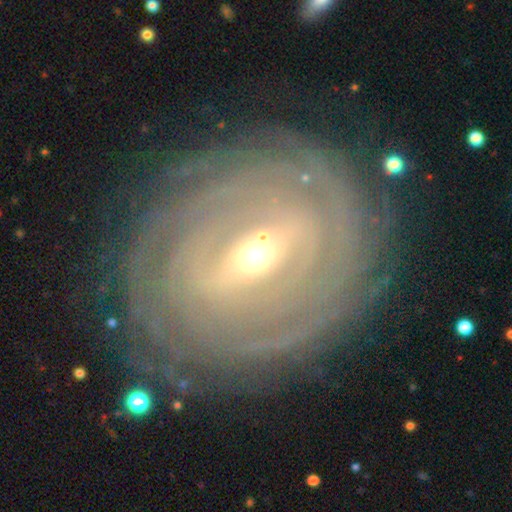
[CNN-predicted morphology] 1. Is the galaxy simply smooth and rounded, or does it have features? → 85% featured or disk, 9% smooth, 6% star or artifact.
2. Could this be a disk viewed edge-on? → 93% no, 7% yes.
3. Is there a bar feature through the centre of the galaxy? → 39% weak, 37% strong, 24% no.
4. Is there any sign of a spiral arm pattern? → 87% yes, 13% no.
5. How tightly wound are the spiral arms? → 83% tight, 12% medium, 5% loose.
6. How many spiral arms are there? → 46% can't tell, 17% 2, 11% 4, 10% 3, 10% more than 4, 6% 1.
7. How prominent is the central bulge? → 57% small, 39% moderate, 3% large, 1% dominant, 1% none.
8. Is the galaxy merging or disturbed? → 79% none, 14% minor disturbance, 5% major disturbance, 2% merger.